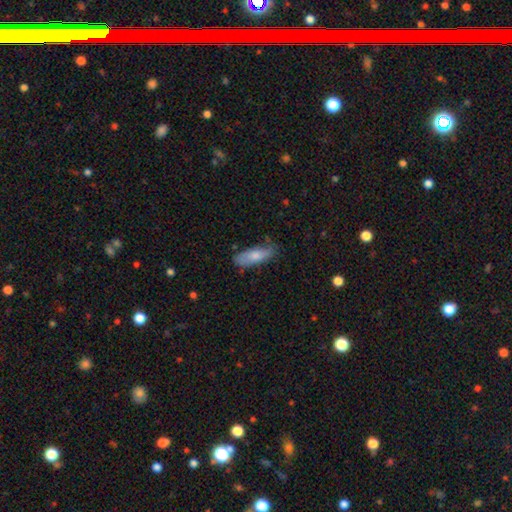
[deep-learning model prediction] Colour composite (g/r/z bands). It shows a smooth galaxy with no disk features (75%) that is in between round and cigar-shaped (62%). Merging: none (68%).